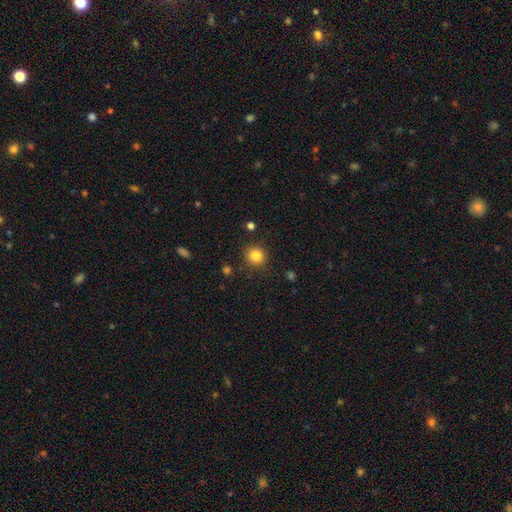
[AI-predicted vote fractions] smooth-or-featured: smooth: 85% | star or artifact: 11% | featured or disk: 4%
  how-rounded: round: 90% | in between: 9% | cigar-shaped: 1%
  merging: none: 88% | minor disturbance: 7% | major disturbance: 3% | merger: 2%